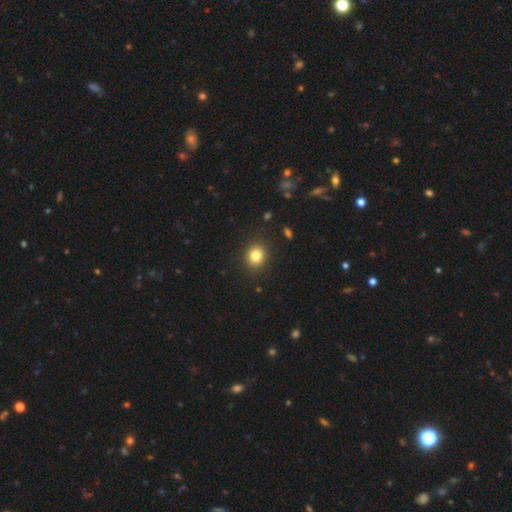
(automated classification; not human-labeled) This is clearly a smooth galaxy (82%). How rounded: likely round (77%). Merging: clearly none (90%).